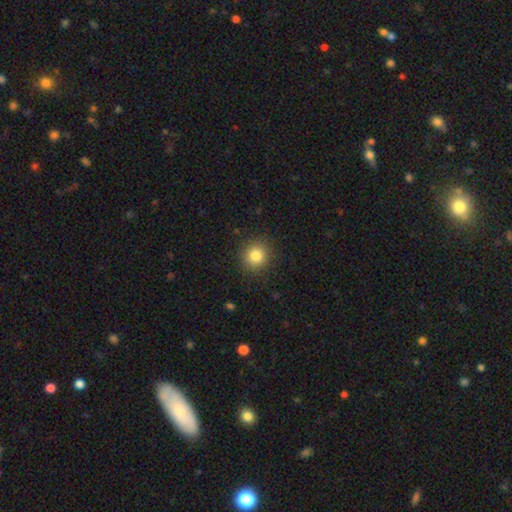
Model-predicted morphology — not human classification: Overall: smooth (83%). How rounded: round (90%). Merging: none (89%).